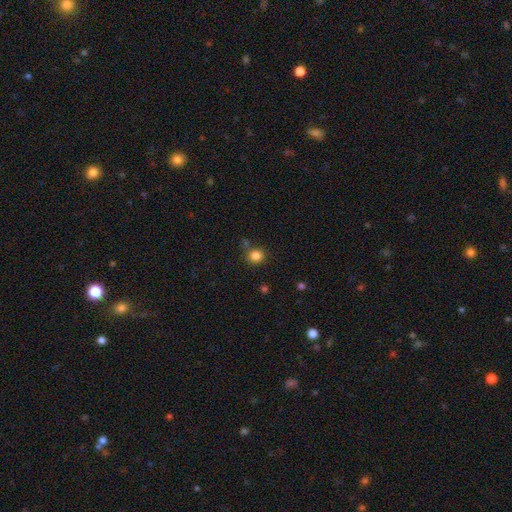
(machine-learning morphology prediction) A smooth galaxy with no disk features (83%) that is round (87%). Merging: none (76%).